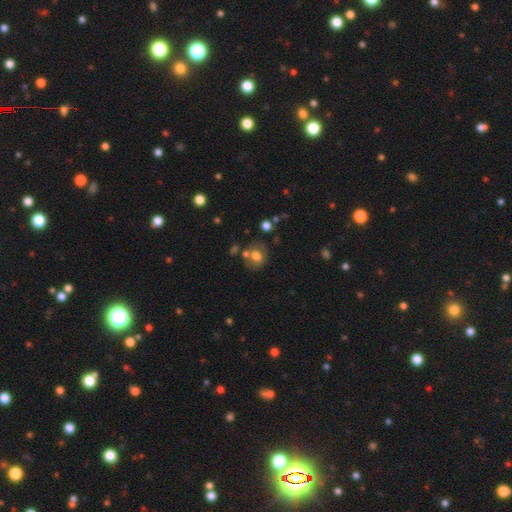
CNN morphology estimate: Q: Smooth or featured?
A: smooth (63%); runner-up: featured or disk (26%)
Q: How rounded?
A: round (62%); runner-up: in between (37%)
Q: Merging?
A: none (58%); runner-up: merger (18%)